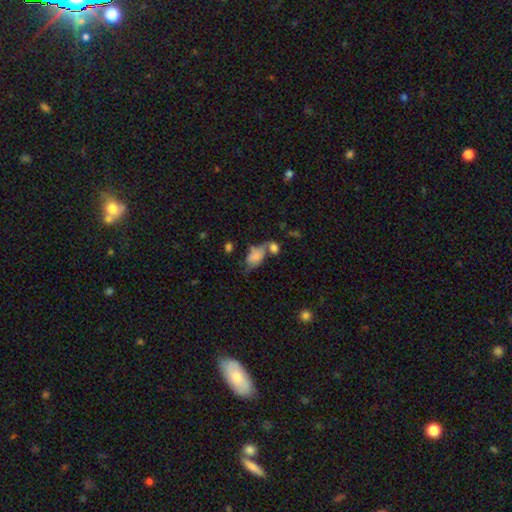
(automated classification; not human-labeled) smooth 74%, featured or disk 17%, star or artifact 9%. Down the decision tree: how rounded — in between (88%); merging — merger (34%).